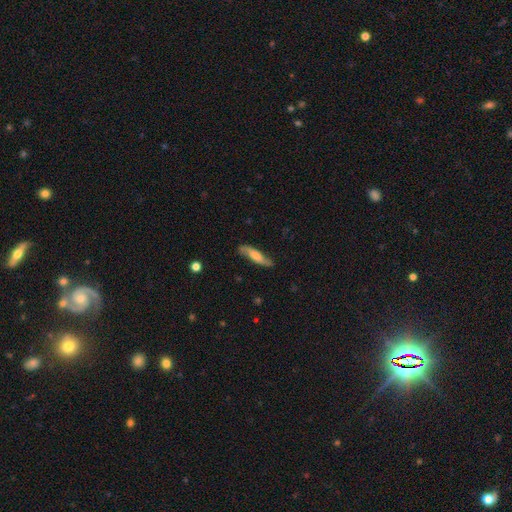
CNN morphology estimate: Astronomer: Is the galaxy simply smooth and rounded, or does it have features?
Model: featured or disk — 53% (runner-up: smooth, 41%).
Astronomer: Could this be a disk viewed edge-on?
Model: no — 60% (runner-up: yes, 40%).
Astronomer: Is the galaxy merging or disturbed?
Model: none — 75%.